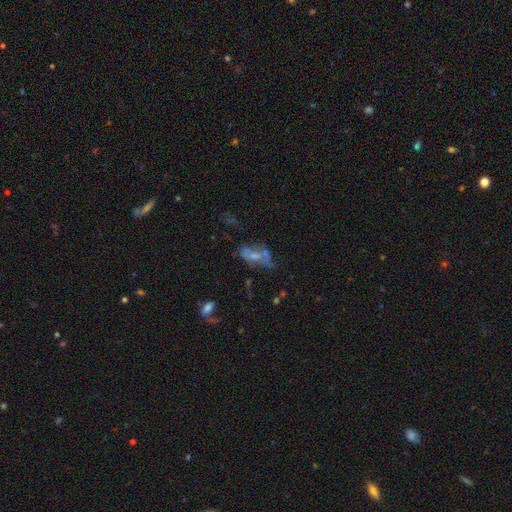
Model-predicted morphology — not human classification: A featured or disk galaxy (44%).

Vote fractions:
- Smooth or featured? featured or disk: 44% / smooth: 41% / star or artifact: 15%
- Merging? none: 32% / major disturbance: 28% / minor disturbance: 22% / merger: 19%